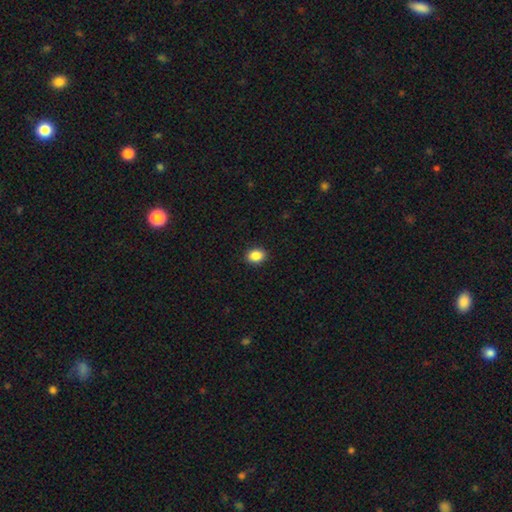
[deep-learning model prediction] smooth_or_featured: smooth (p=0.88) [alt: star or artifact p=0.09]
how_rounded: in between (p=0.61) [alt: round p=0.38]
merging: none (p=0.91) [alt: minor disturbance p=0.06]